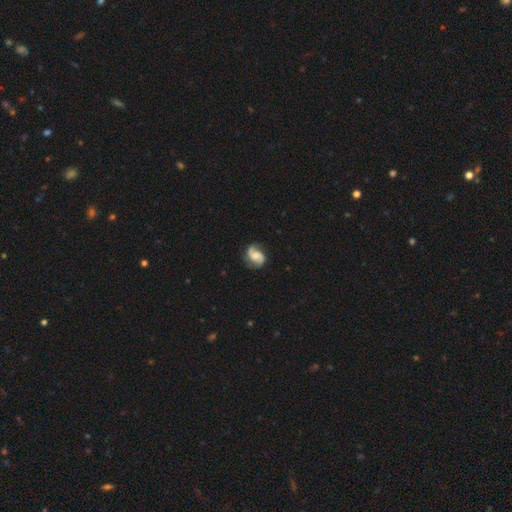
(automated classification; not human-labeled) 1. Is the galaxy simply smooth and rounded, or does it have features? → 82% featured or disk, 12% smooth, 6% star or artifact.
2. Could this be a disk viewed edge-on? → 98% no, 2% yes.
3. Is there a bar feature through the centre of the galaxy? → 49% no, 40% weak, 11% strong.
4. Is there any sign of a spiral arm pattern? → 96% yes, 4% no.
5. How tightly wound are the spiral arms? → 47% medium, 36% loose, 18% tight.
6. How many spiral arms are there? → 91% 2, 3% 1, 3% can't tell, 1% 3, 1% 4, 1% more than 4.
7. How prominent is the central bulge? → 44% moderate, 31% small, 13% none, 10% large, 2% dominant.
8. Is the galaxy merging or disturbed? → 76% none, 17% minor disturbance, 6% major disturbance, 2% merger.